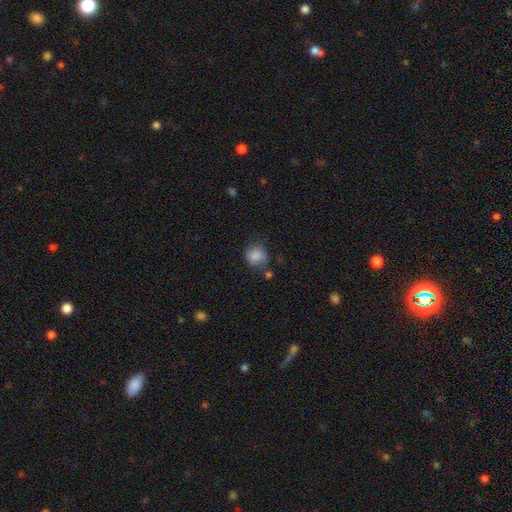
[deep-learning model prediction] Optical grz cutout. It shows a smooth galaxy with no disk features (85%) that is round (82%). Merging: none (66%).